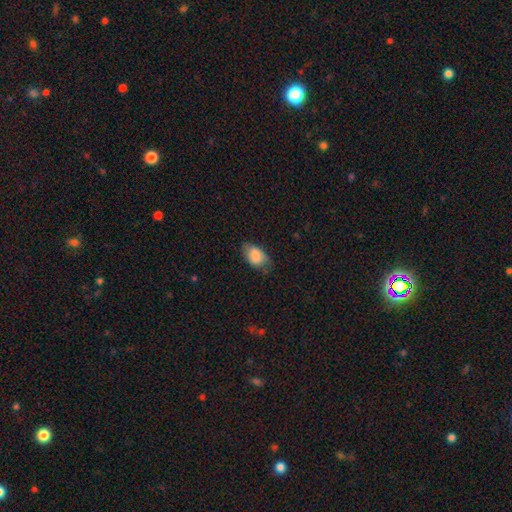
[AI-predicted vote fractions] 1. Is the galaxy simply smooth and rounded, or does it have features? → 80% smooth, 13% featured or disk, 7% star or artifact.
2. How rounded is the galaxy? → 91% in between, 8% round, 2% cigar-shaped.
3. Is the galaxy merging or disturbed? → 65% none, 27% minor disturbance, 7% major disturbance, 1% merger.